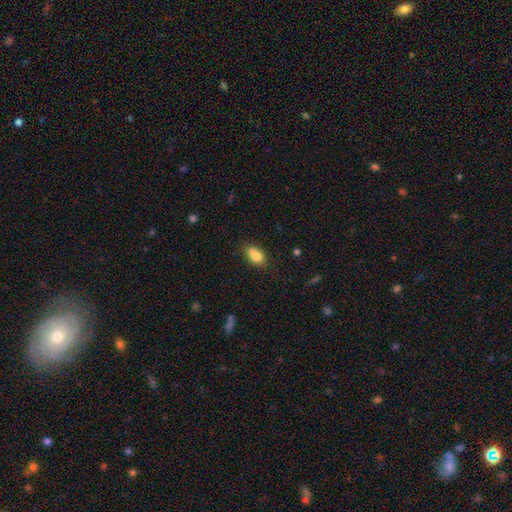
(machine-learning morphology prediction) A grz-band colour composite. It shows a smooth galaxy with no disk features (76%) that is in between round and cigar-shaped (72%). Merging: none (43%).